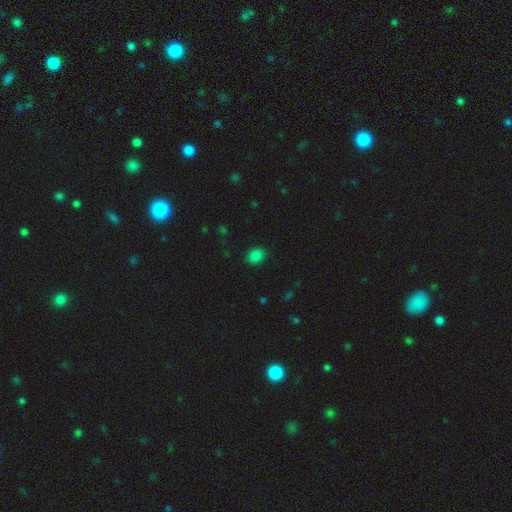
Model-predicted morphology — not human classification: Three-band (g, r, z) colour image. It shows a smooth galaxy with no disk features (84%) that is round (54%). Merging: none (88%).